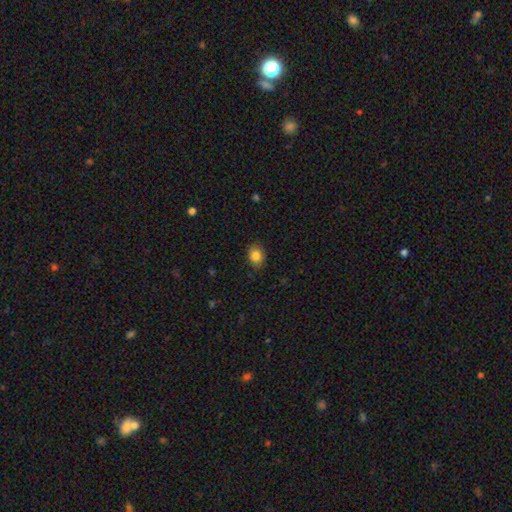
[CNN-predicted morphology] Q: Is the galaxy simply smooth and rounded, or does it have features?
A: smooth — 85%.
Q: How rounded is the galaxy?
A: in between — 55%.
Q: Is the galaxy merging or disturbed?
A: none — 86%.